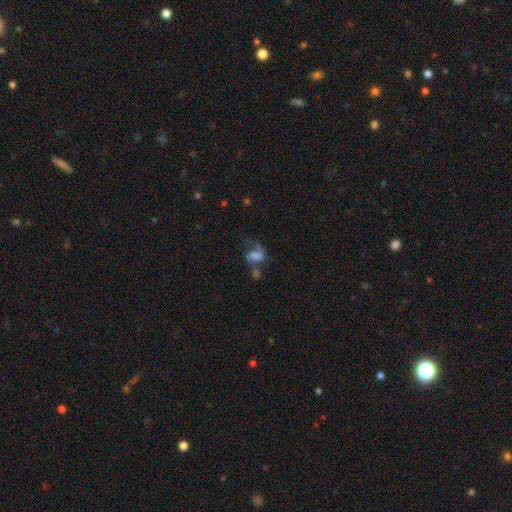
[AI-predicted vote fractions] Smooth or featured: featured or disk — 58% (smooth — 29%)
Edge-on disk: no — 97% (yes — 3%)
Bar: no — 45% (weak — 41%)
Spiral arms: yes — 82% (no — 18%)
Bulge size: moderate — 32% (small — 25%)
Merging: none — 33% (merger — 26%)